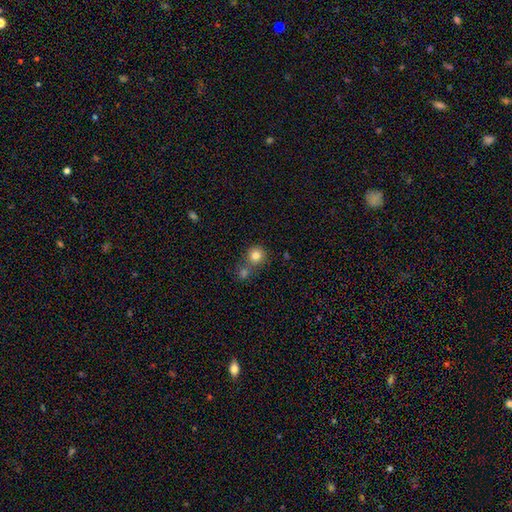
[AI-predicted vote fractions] smooth_or_featured: smooth (p=0.81) [alt: star or artifact p=0.11]
how_rounded: round (p=0.91) [alt: in between p=0.09]
merging: none (p=0.63) [alt: merger p=0.25]